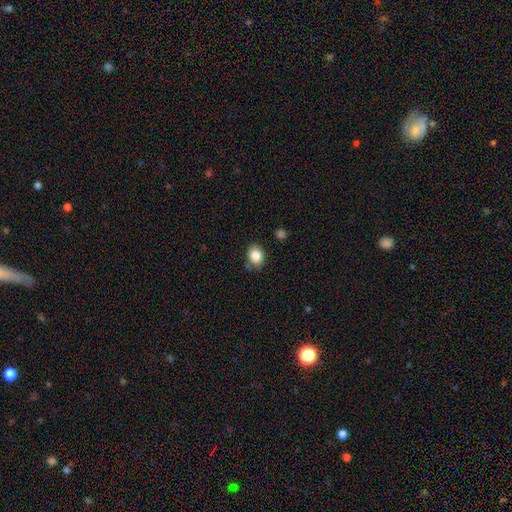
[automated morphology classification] Smooth or featured?
  - smooth: 85% *
  - star or artifact: 9%
  - featured or disk: 6%
How rounded?
  - in between: 51% *
  - round: 48%
  - cigar-shaped: 1%
Merging?
  - none: 80% *
  - minor disturbance: 13%
  - merger: 4%
  - major disturbance: 3%